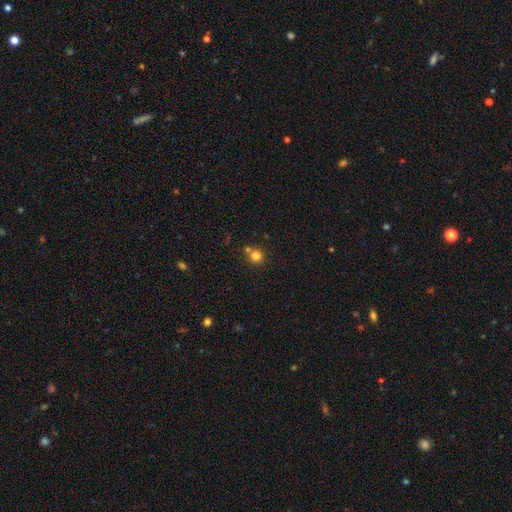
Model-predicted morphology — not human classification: smooth-or-featured: smooth: 81% | star or artifact: 13% | featured or disk: 6%
  how-rounded: round: 90% | in between: 9% | cigar-shaped: 1%
  merging: none: 70% | merger: 18% | minor disturbance: 9% | major disturbance: 3%